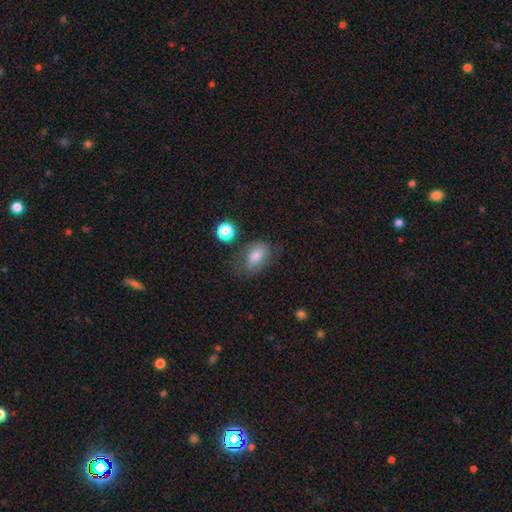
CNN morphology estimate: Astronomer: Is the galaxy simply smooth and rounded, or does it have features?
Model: smooth — 77%.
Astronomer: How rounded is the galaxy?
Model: in between — 84%.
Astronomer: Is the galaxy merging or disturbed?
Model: none — 65%.